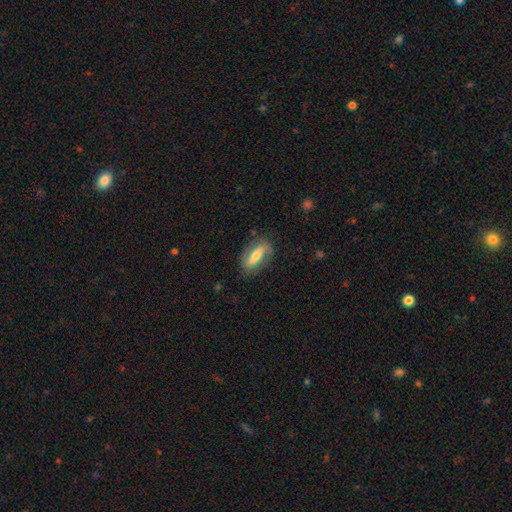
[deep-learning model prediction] Morphology: type=smooth (49%); merging=none (77%).